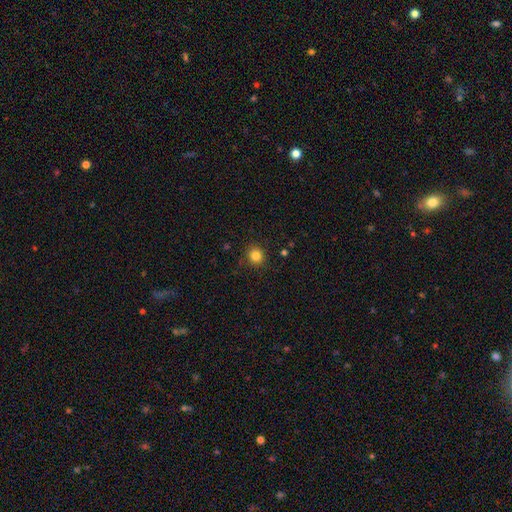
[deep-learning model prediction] Overall: smooth (83%). How rounded: round (90%). Merging: none (90%).